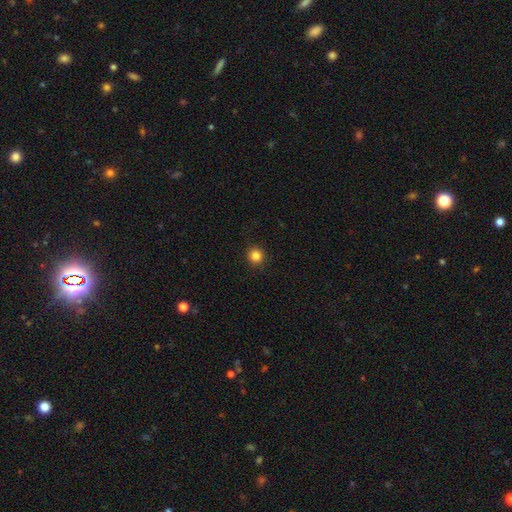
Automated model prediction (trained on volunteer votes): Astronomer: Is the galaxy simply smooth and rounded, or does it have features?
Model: smooth — 84%.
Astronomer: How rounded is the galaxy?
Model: round — 94%.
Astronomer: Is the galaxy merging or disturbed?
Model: none — 92%.